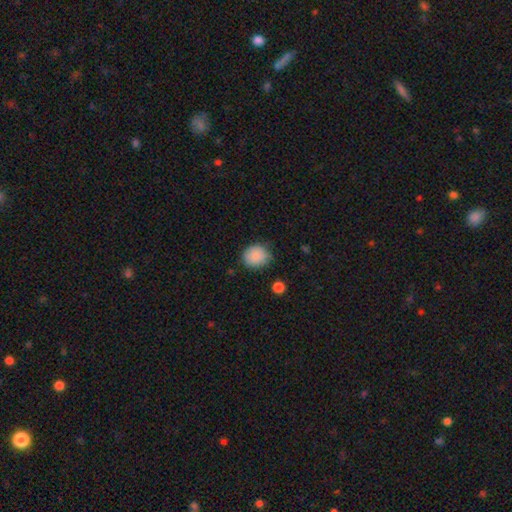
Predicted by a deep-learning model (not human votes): Morphology: type=smooth (87%); roundness=round (74%); merging=none (76%).